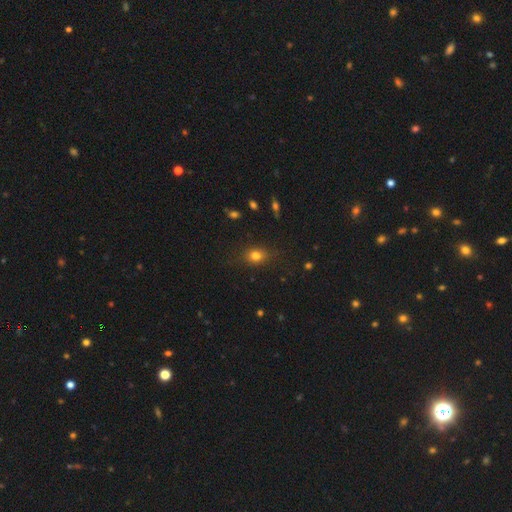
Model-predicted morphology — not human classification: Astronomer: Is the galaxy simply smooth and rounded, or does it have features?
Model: smooth — 78%.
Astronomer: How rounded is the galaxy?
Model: in between — 50% (runner-up: round, 48%).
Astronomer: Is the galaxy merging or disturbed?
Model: none — 82%.